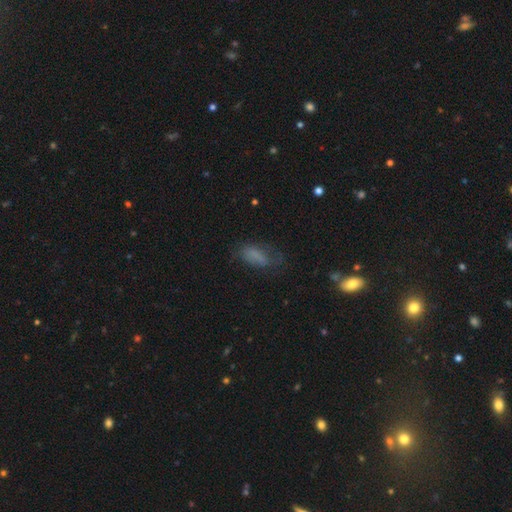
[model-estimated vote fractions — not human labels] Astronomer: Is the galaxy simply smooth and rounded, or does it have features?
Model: smooth — 69%.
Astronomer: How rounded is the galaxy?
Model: in between — 81%.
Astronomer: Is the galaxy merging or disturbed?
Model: none — 47% (runner-up: minor disturbance, 28%).